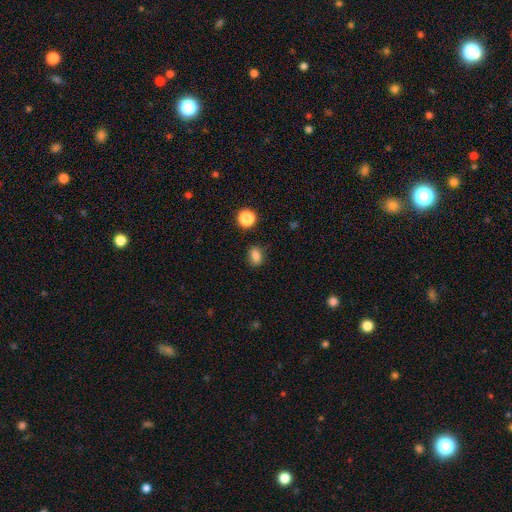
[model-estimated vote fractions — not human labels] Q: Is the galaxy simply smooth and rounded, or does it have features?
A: smooth — 81%.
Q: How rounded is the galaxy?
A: in between — 63%.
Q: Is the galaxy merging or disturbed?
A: none — 82%.